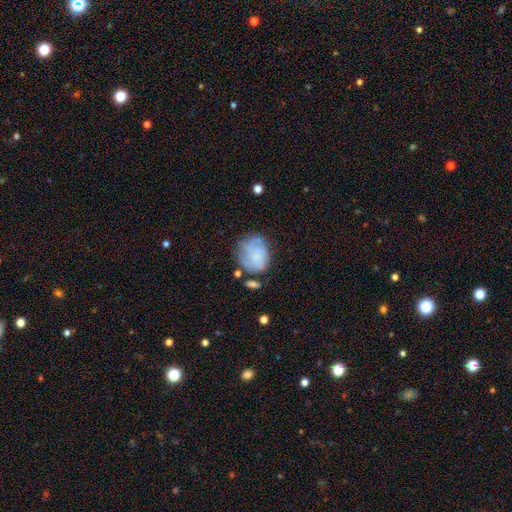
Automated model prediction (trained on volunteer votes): Smooth or featured?
  - featured or disk: 47% *
  - smooth: 44%
  - star or artifact: 9%
Merging?
  - none: 53% *
  - minor disturbance: 26%
  - major disturbance: 14%
  - merger: 6%